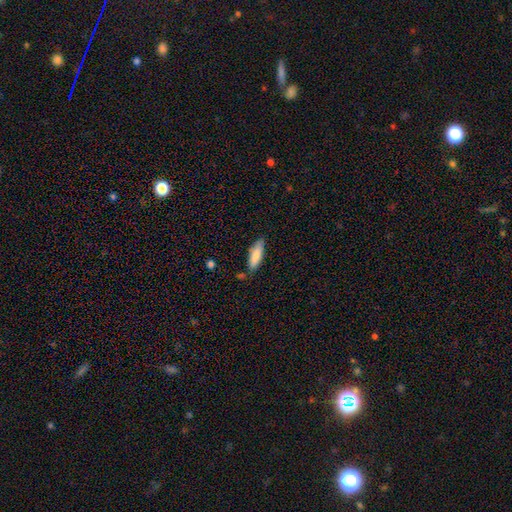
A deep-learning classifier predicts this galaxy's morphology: The model was most divided on "how rounded": in between: 51%, cigar-shaped: 48%, round: 2%. More confident: smooth or featured — smooth (82%); merging — none (77%).